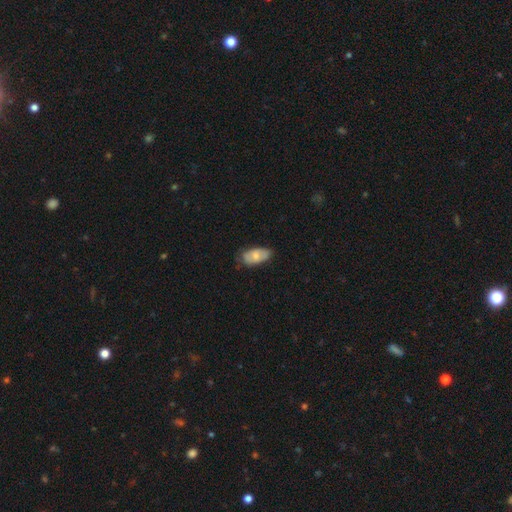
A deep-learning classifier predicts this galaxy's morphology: smooth_or_featured: smooth (p=0.66) [alt: featured or disk p=0.28]
how_rounded: in between (p=0.92) [alt: cigar-shaped p=0.04]
merging: none (p=0.67) [alt: minor disturbance p=0.27]